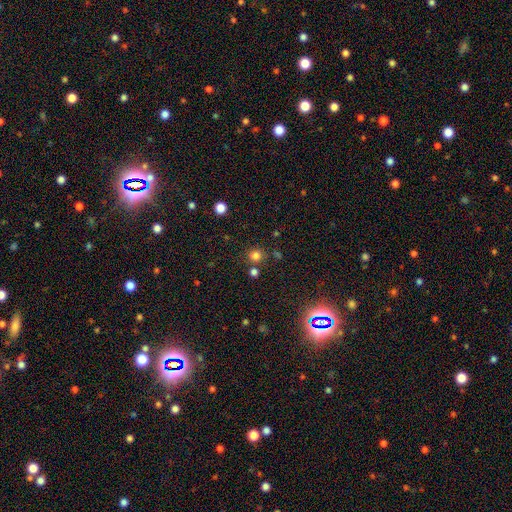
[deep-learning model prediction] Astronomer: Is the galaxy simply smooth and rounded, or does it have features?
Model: smooth — 78%.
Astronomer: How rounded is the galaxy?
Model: round — 87%.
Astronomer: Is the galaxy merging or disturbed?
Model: none — 78%.